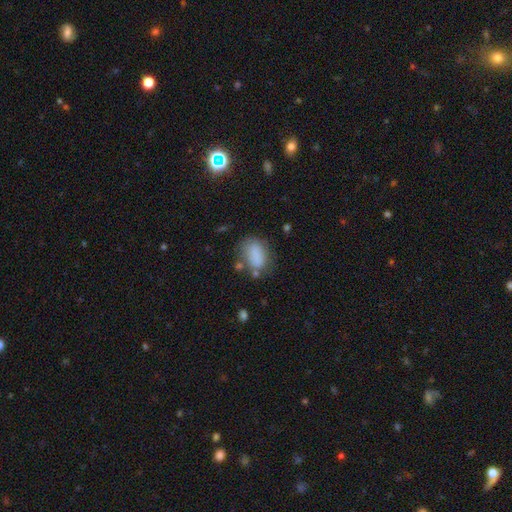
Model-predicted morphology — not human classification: The model was most divided on "merging": none: 57%, minor disturbance: 24%, major disturbance: 11%, merger: 8%. More confident: how rounded — in between (84%); smooth or featured — smooth (81%).